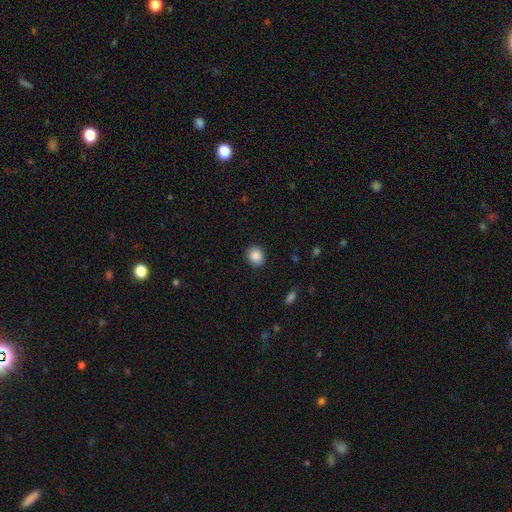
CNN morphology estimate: Smooth or featured? smooth (88%)
How rounded? round (68%)
Merging? none (89%)